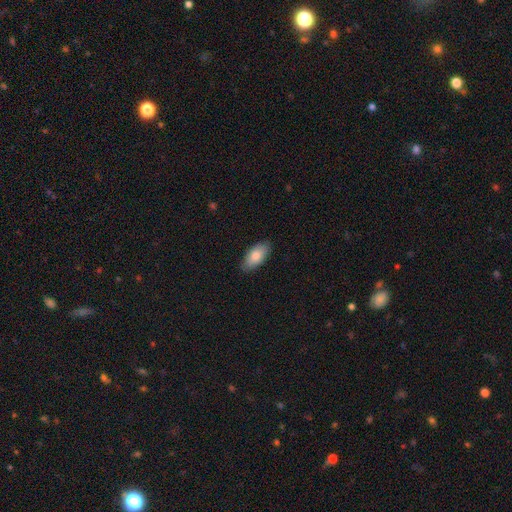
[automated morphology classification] smooth_or_featured: smooth (p=0.82) [alt: featured or disk p=0.12]
how_rounded: in between (p=0.92) [alt: cigar-shaped p=0.06]
merging: none (p=0.86) [alt: minor disturbance p=0.11]